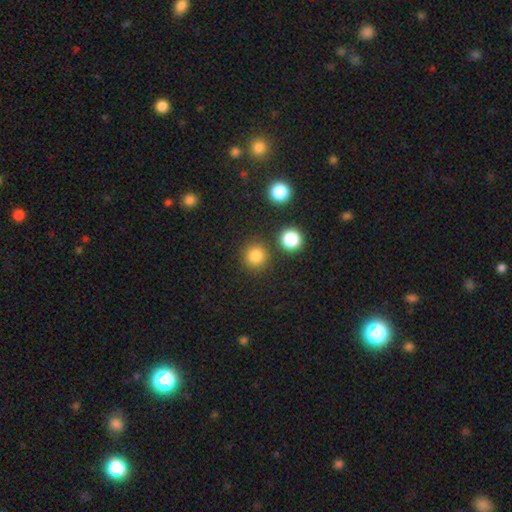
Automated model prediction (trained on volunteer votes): Q: Smooth or featured?
A: smooth (82%); runner-up: star or artifact (13%)
Q: How rounded?
A: round (93%); runner-up: in between (6%)
Q: Merging?
A: none (84%); runner-up: minor disturbance (7%)